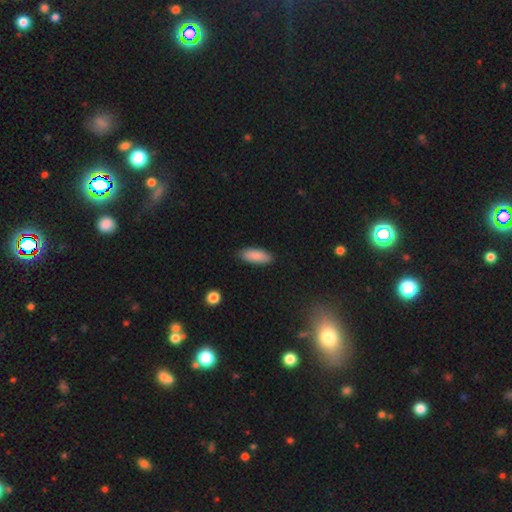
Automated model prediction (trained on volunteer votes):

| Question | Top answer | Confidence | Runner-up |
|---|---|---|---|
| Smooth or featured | smooth | 89% | star or artifact (6%) |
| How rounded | in between | 74% | cigar-shaped (25%) |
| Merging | none | 87% | minor disturbance (10%) |